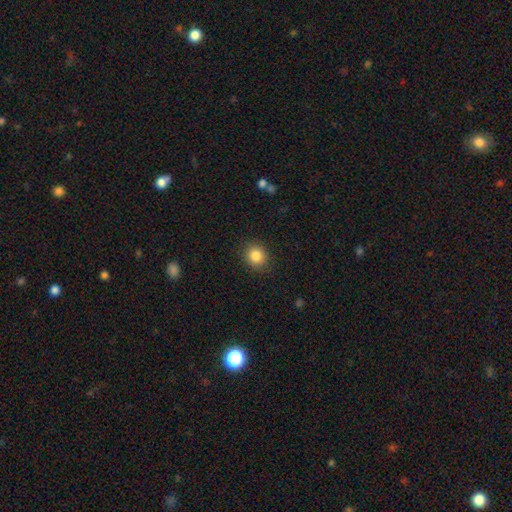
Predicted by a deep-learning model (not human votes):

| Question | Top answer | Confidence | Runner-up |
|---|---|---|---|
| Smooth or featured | smooth | 85% | star or artifact (10%) |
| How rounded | round | 78% | in between (21%) |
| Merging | none | 87% | minor disturbance (9%) |